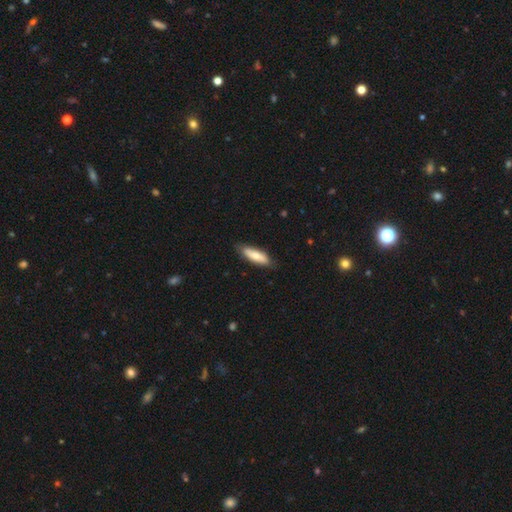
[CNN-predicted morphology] smooth_or_featured: smooth (p=0.73) [alt: featured or disk p=0.21]
how_rounded: cigar-shaped (p=0.49) [tied with: in between p=0.49]
merging: none (p=0.83) [alt: minor disturbance p=0.13]